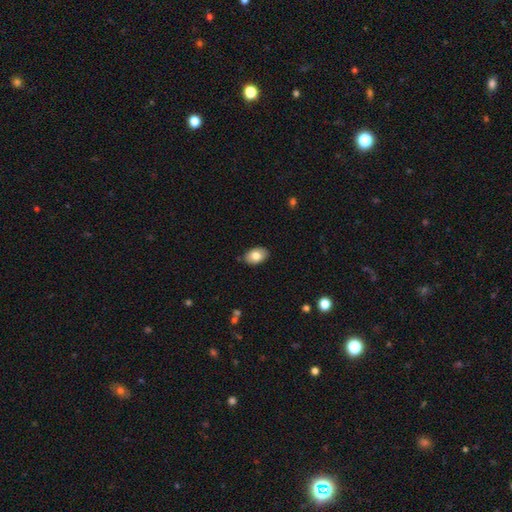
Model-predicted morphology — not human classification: smooth_or_featured: smooth (p=0.80) [alt: featured or disk p=0.13]
how_rounded: in between (p=0.88) [alt: round p=0.11]
merging: none (p=0.87) [alt: minor disturbance p=0.10]